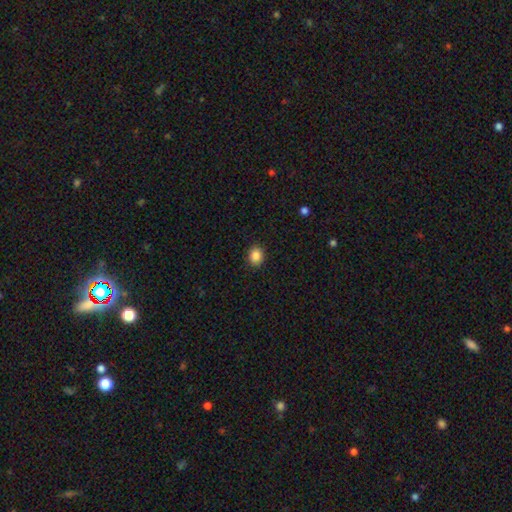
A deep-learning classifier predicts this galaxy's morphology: smooth 87%, star or artifact 10%, featured or disk 3%. Down the decision tree: how rounded — round (59%); merging — none (90%).